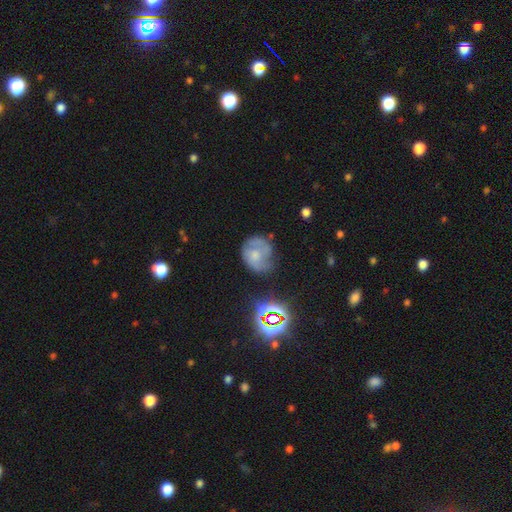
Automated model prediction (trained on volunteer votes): A featured or disk galaxy (44%). Merging: none (48%).